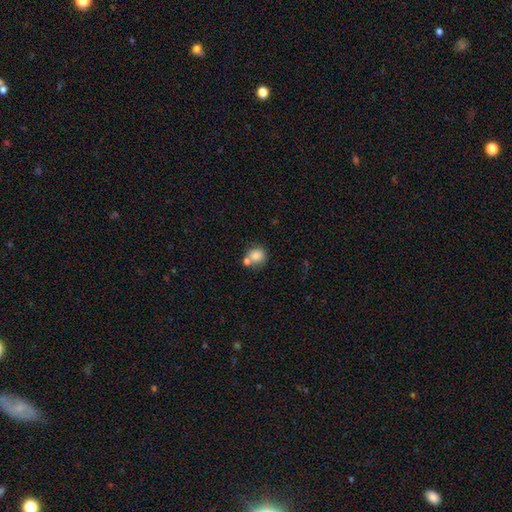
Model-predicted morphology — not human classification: This appears to be a smooth galaxy with no disk features (81%) that is round (83%). Merging: none (54%).